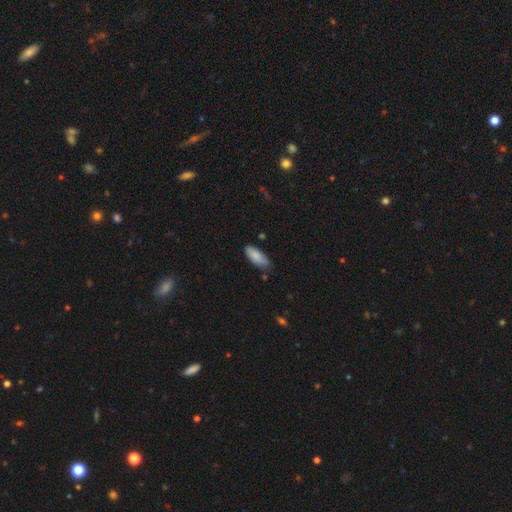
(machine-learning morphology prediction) Smooth or featured?
  - smooth: 85% *
  - featured or disk: 8%
  - star or artifact: 6%
How rounded?
  - in between: 84% *
  - cigar-shaped: 14%
  - round: 2%
Merging?
  - none: 74% *
  - minor disturbance: 21%
  - major disturbance: 3%
  - merger: 2%